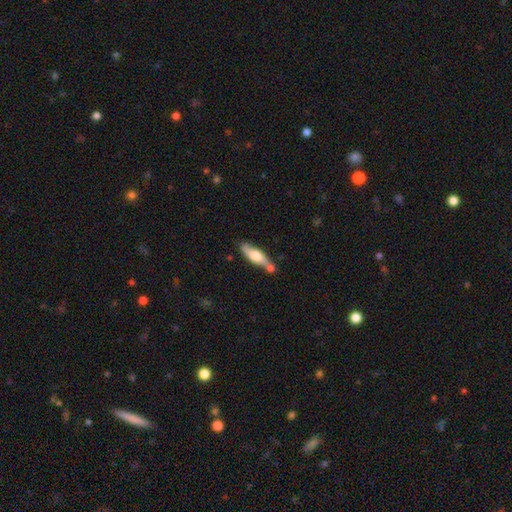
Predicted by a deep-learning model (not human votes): Smooth or featured? smooth (56%)
How rounded? cigar-shaped (65%)
Merging? none (61%)